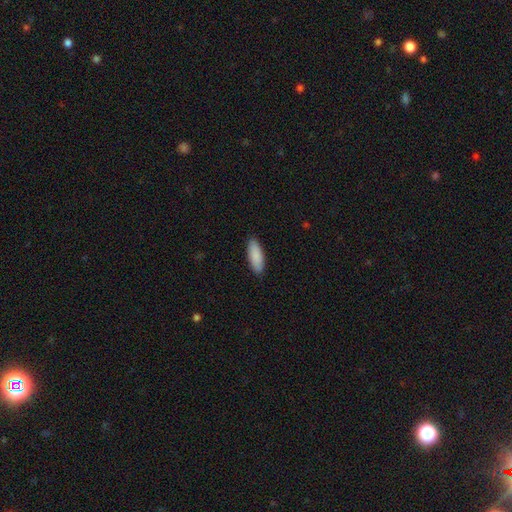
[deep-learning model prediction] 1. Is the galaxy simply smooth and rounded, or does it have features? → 90% smooth, 5% star or artifact, 5% featured or disk.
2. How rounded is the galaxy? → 68% in between, 30% cigar-shaped, 2% round.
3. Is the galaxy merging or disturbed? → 89% none, 8% minor disturbance, 2% major disturbance, 1% merger.